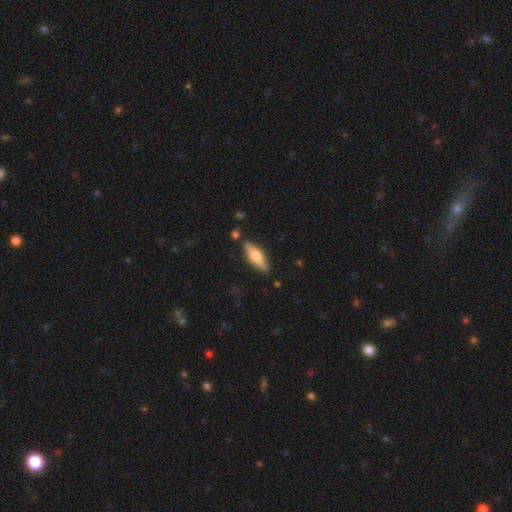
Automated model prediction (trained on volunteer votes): A smooth galaxy with no disk features (57%) that is in between round and cigar-shaped (50%).

Vote fractions:
- Smooth or featured? smooth: 57% / featured or disk: 38% / star or artifact: 6%
- How rounded? in between: 50% / cigar-shaped: 48% / round: 2%
- Merging? none: 85% / minor disturbance: 11% / merger: 3% / major disturbance: 2%